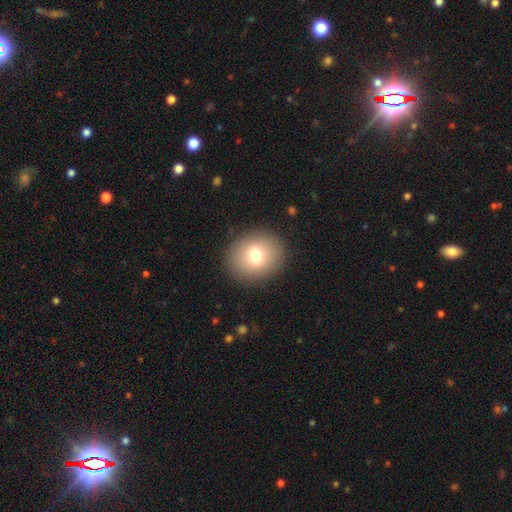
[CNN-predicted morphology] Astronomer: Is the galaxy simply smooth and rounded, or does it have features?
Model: smooth — 75%.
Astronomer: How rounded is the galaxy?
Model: round — 73%.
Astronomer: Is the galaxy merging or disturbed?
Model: none — 90%.